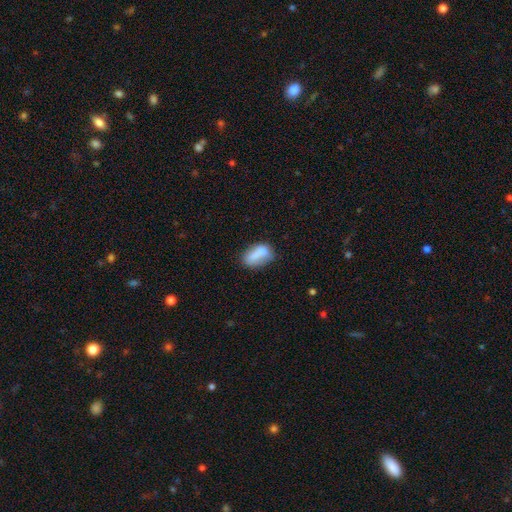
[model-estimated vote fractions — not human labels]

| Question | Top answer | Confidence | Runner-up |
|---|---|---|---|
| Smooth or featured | smooth | 72% | featured or disk (20%) |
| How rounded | in between | 85% | round (9%) |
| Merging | none | 43% | merger (24%) |